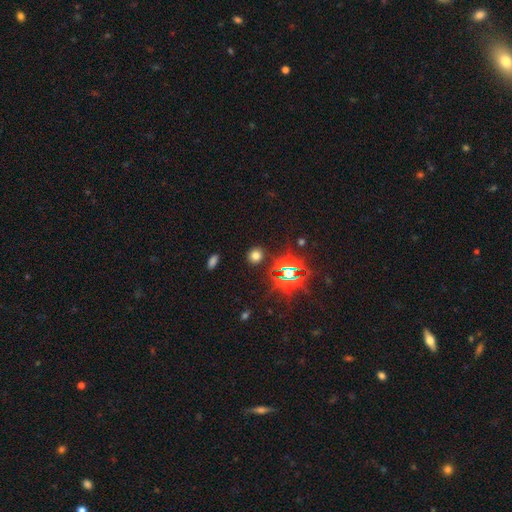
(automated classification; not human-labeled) Overall: smooth (65%; star or artifact 29%). How rounded: round (80%). Merging: none (88%).